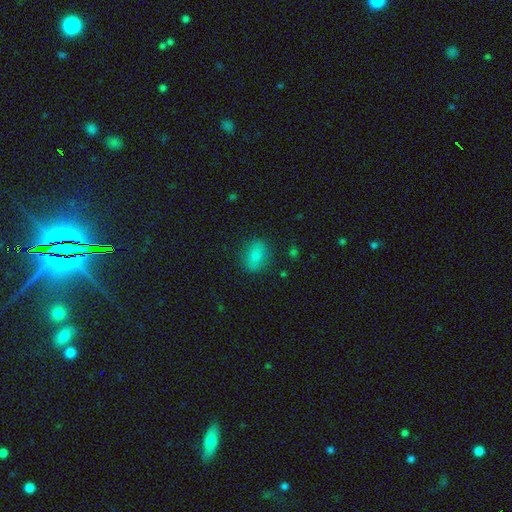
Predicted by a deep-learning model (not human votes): Smooth or featured?
  - smooth: 81% *
  - star or artifact: 11%
  - featured or disk: 8%
How rounded?
  - in between: 76% *
  - round: 21%
  - cigar-shaped: 3%
Merging?
  - none: 82% *
  - minor disturbance: 12%
  - major disturbance: 4%
  - merger: 1%